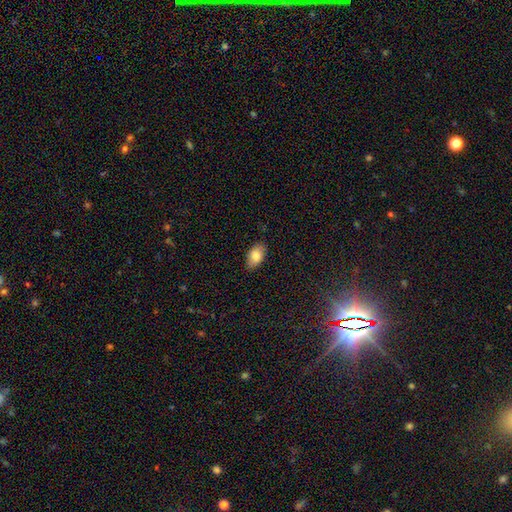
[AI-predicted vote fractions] smooth-or-featured: smooth: 82% | featured or disk: 11% | star or artifact: 7%
  how-rounded: in between: 94% | round: 5% | cigar-shaped: 2%
  merging: none: 85% | minor disturbance: 12% | major disturbance: 2% | merger: 1%